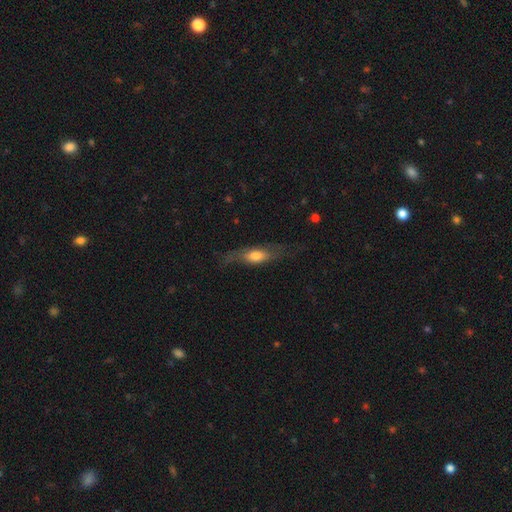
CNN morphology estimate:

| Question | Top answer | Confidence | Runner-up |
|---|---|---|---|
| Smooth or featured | smooth | 52% | featured or disk (42%) |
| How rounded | in between | 53% | cigar-shaped (43%) |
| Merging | none | 59% | minor disturbance (24%) |